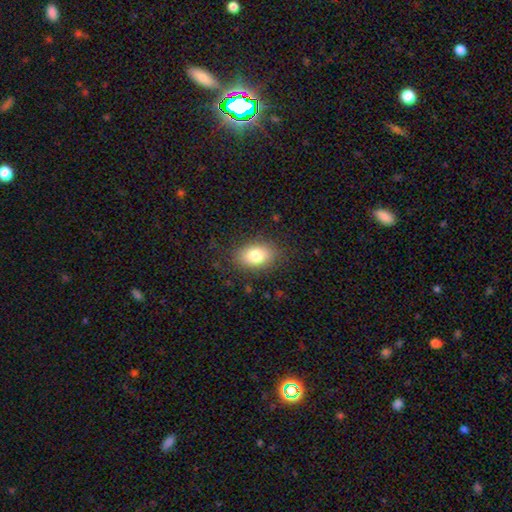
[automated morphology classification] The model was most divided on "how rounded": in between: 83%, round: 16%, cigar-shaped: 1%. More confident: merging — none (83%); smooth or featured — smooth (80%).